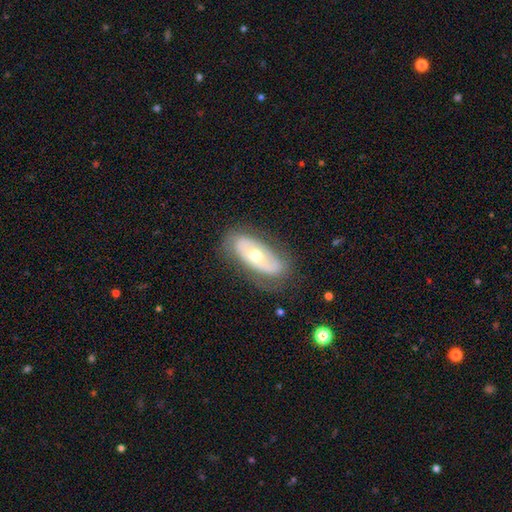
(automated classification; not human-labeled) smooth_or_featured: featured or disk (p=0.57) [alt: smooth p=0.37]
disk_edge_on: no (p=0.86) [alt: yes p=0.14]
merging: none (p=0.71) [alt: minor disturbance p=0.19]